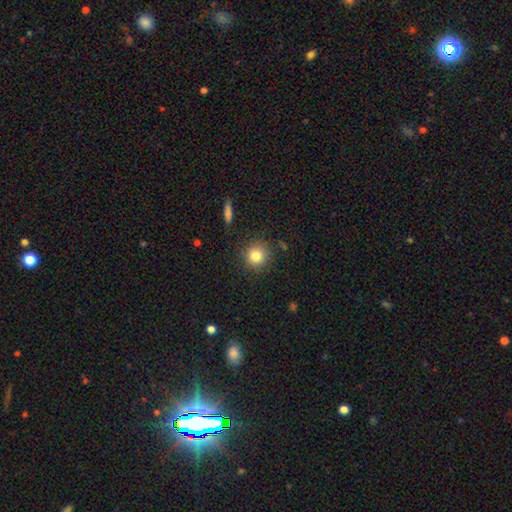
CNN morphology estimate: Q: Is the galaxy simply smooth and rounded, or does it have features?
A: smooth — 82%.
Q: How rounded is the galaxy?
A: round — 92%.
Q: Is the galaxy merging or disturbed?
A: none — 87%.